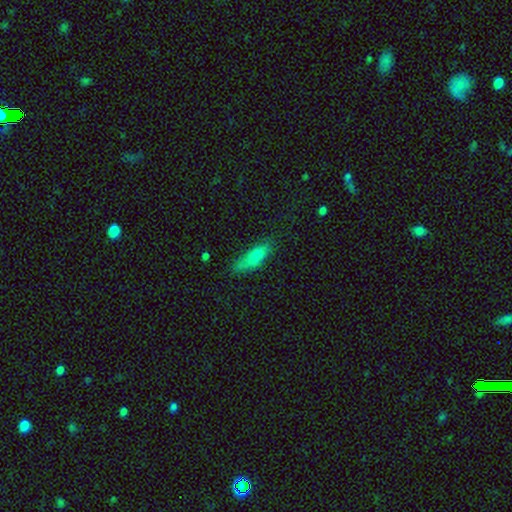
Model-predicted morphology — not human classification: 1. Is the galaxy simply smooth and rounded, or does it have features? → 78% smooth, 14% featured or disk, 8% star or artifact.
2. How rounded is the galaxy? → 56% cigar-shaped, 42% in between, 2% round.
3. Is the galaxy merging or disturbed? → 68% none, 23% minor disturbance, 6% major disturbance, 2% merger.